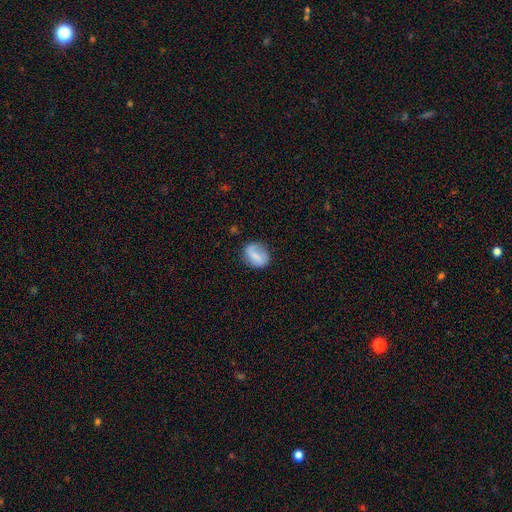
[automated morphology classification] The model was most divided on "how rounded": in between: 60%, round: 38%, cigar-shaped: 2%. More confident: smooth or featured — smooth (68%); merging — none (65%).